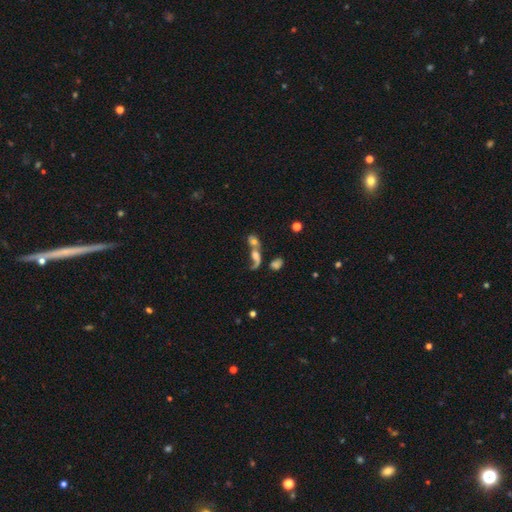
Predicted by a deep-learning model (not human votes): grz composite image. It shows a featured or disk galaxy (44%). Merging: merger (64%).